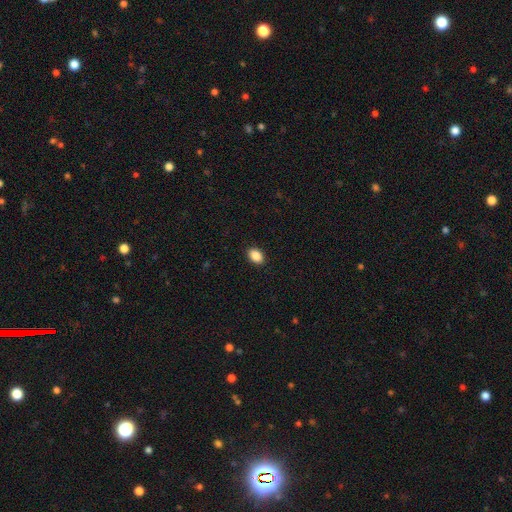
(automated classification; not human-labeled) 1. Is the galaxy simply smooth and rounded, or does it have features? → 89% smooth, 8% star or artifact, 3% featured or disk.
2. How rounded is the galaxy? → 85% in between, 14% round, 1% cigar-shaped.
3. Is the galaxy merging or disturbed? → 90% none, 7% minor disturbance, 2% major disturbance, 1% merger.